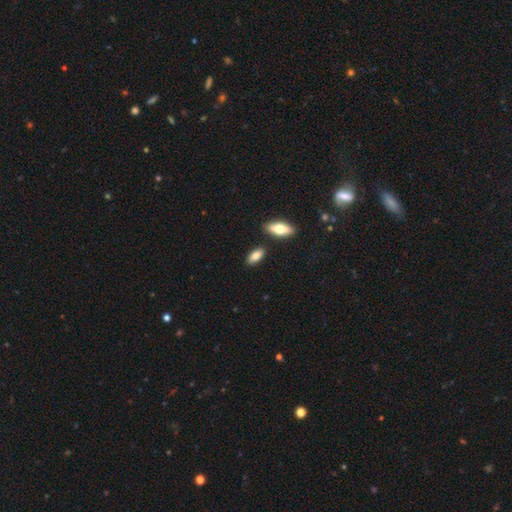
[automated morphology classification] The model was most divided on "smooth or featured": smooth: 80%, featured or disk: 14%, star or artifact: 6%. More confident: how rounded — in between (85%); merging — none (83%).